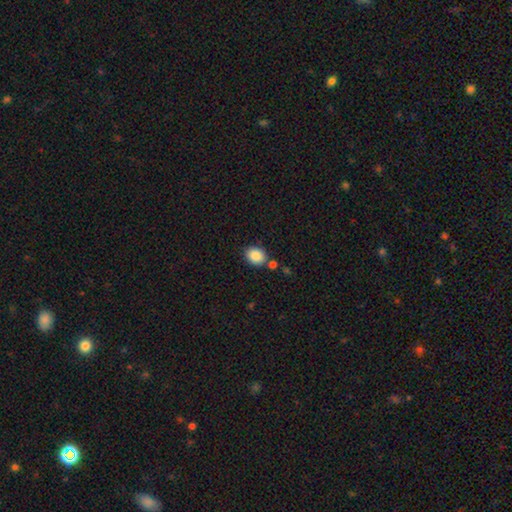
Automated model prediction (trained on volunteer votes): Smooth or featured?
  - smooth: 88% *
  - star or artifact: 8%
  - featured or disk: 4%
How rounded?
  - round: 54% *
  - in between: 46%
  - cigar-shaped: 1%
Merging?
  - none: 76% *
  - minor disturbance: 11%
  - merger: 10%
  - major disturbance: 3%